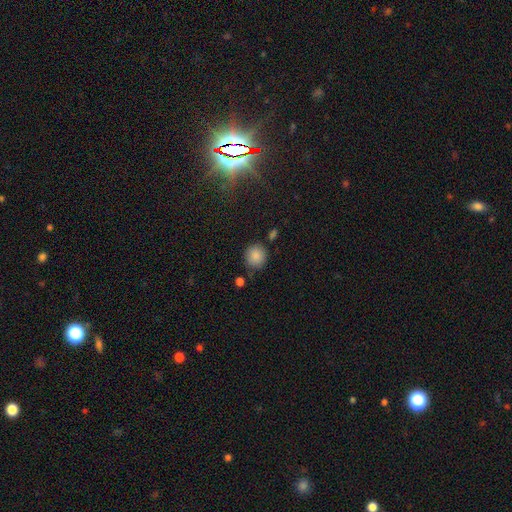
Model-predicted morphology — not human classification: type=smooth (87%); roundness=round (87%); merging=none (78%).